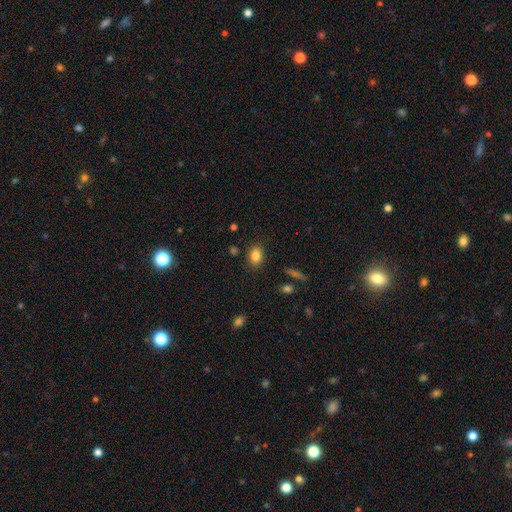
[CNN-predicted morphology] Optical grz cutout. It shows a smooth galaxy with no disk features (83%) that is in between round and cigar-shaped (73%). Merging: none (84%).